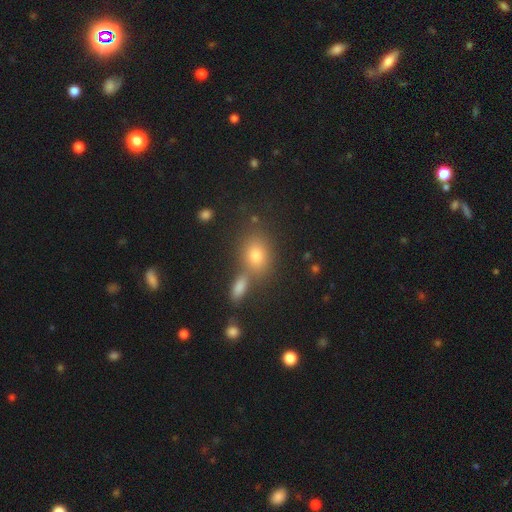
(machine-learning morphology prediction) A smooth galaxy with no disk features (74%) that is in between round and cigar-shaped (66%).

Vote fractions:
- Smooth or featured? smooth: 74% / star or artifact: 14% / featured or disk: 12%
- How rounded? in between: 66% / round: 32% / cigar-shaped: 3%
- Merging? none: 58% / merger: 26% / minor disturbance: 11% / major disturbance: 4%